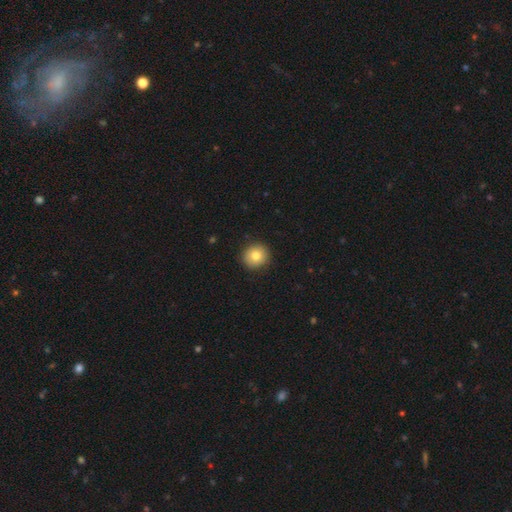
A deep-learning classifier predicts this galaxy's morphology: type=smooth (80%); roundness=round (91%); merging=none (91%).